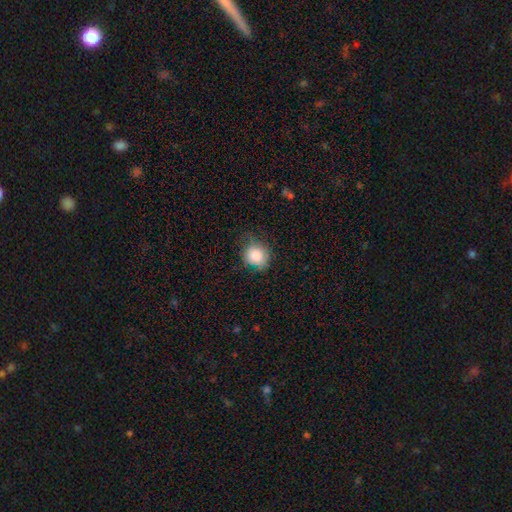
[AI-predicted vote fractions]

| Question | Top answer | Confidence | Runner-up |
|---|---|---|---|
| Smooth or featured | smooth | 83% | star or artifact (9%) |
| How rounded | round | 82% | in between (17%) |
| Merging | none | 66% | minor disturbance (26%) |